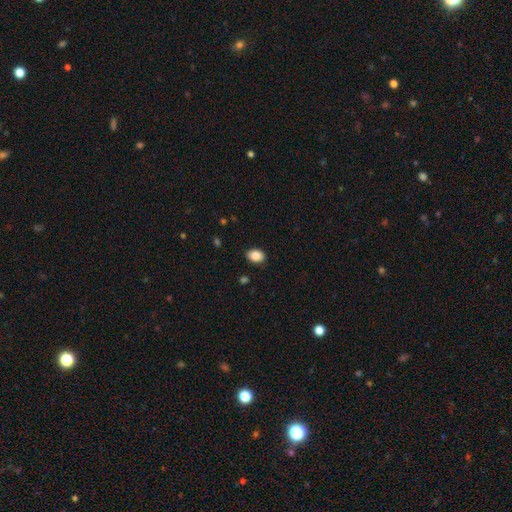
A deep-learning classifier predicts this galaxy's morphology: Smooth or featured? smooth (87%)
How rounded? in between (76%)
Merging? none (88%)